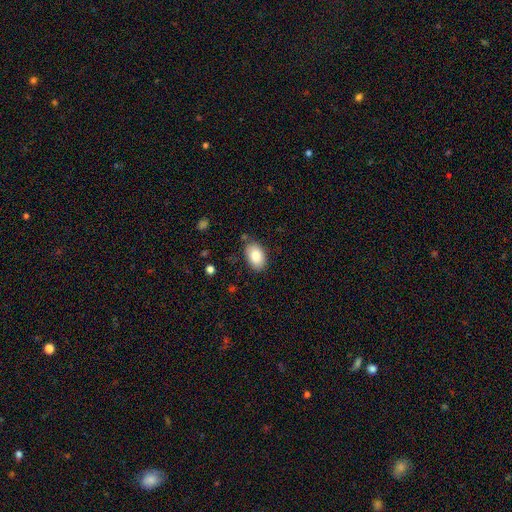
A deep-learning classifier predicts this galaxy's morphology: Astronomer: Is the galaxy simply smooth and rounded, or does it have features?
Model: smooth — 85%.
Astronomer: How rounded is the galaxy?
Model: in between — 91%.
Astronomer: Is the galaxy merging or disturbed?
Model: none — 81%.